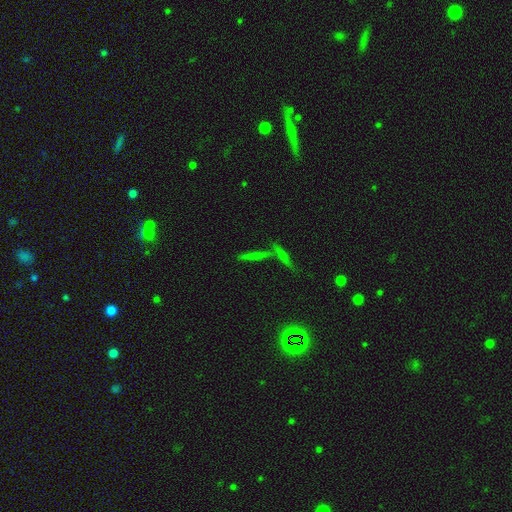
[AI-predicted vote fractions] This is marginally a star or artifact rather than a galaxy (36%).